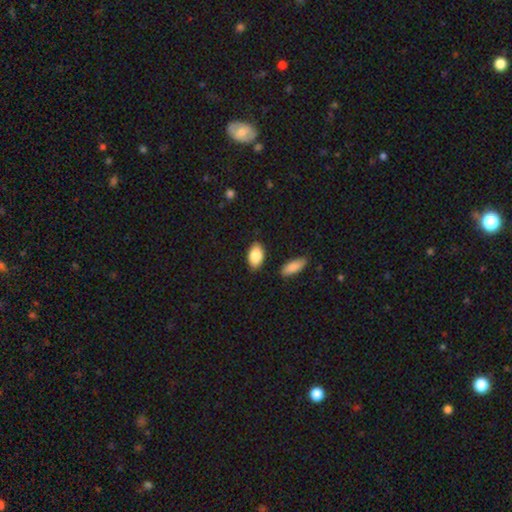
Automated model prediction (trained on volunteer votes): The model was most divided on "merging": none: 84%, minor disturbance: 11%, merger: 3%, major disturbance: 2%. More confident: how rounded — in between (92%); smooth or featured — smooth (86%).